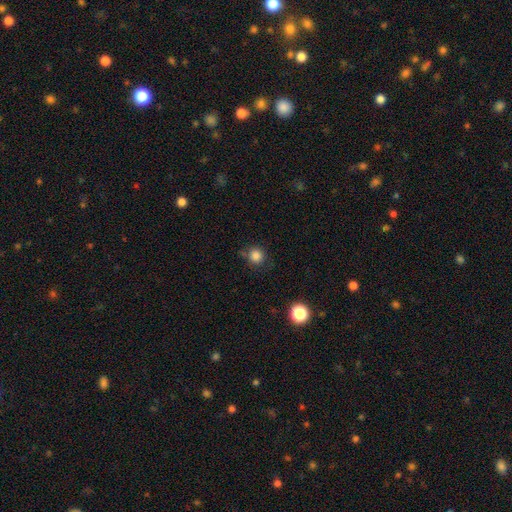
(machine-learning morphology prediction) smooth_or_featured: smooth (p=0.83) [alt: star or artifact p=0.12]
how_rounded: round (p=0.92) [alt: in between p=0.07]
merging: none (p=0.77) [alt: minor disturbance p=0.14]